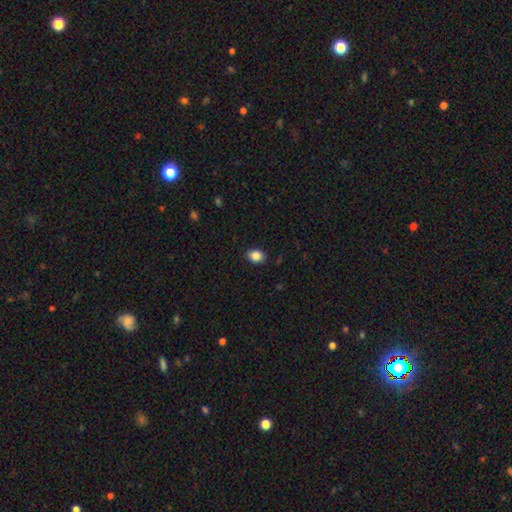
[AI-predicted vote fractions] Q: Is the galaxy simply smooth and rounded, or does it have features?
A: smooth — 87%.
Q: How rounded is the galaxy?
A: in between — 67%.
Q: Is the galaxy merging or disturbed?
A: none — 88%.